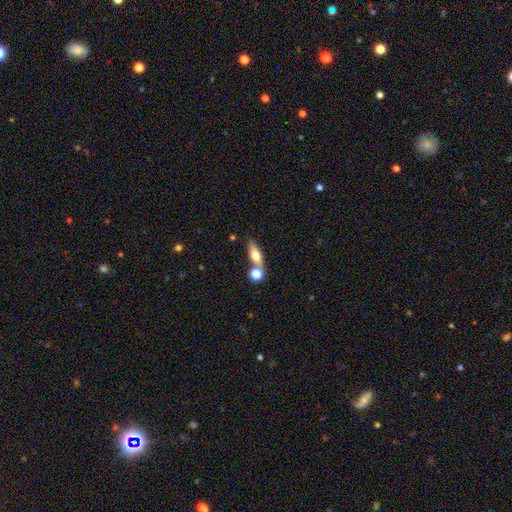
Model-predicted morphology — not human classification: Smooth or featured?
  - smooth: 64% *
  - featured or disk: 27%
  - star or artifact: 8%
How rounded?
  - in between: 60% *
  - cigar-shaped: 29%
  - round: 10%
Merging?
  - none: 56% *
  - merger: 30%
  - minor disturbance: 11%
  - major disturbance: 4%